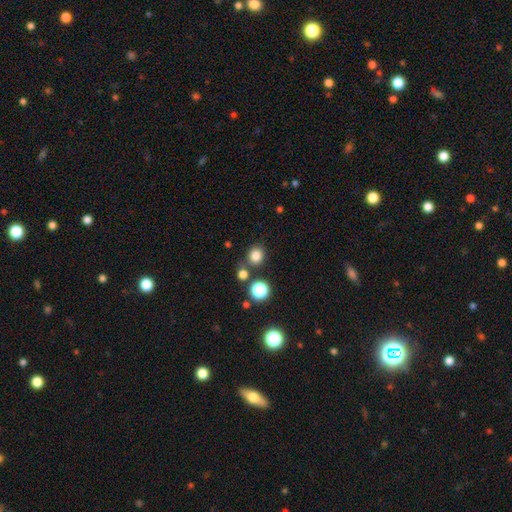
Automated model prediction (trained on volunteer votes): Smooth or featured? Predicted: smooth (p=0.80). How rounded? Predicted: round (p=0.80). Merging? Predicted: none (p=0.75).